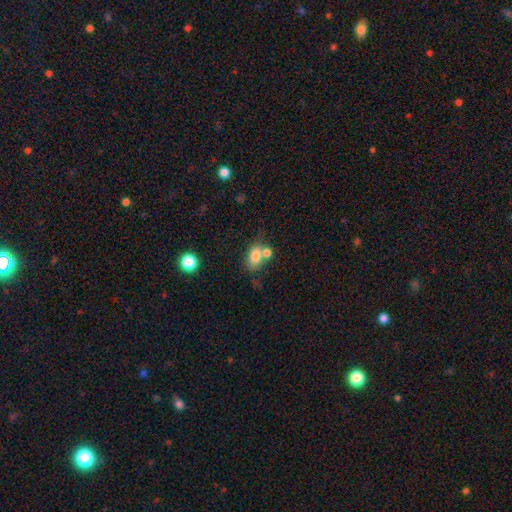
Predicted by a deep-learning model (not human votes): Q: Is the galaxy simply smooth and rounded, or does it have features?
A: smooth — 78%.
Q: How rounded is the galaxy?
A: in between — 79%.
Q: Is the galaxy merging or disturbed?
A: none — 45%.